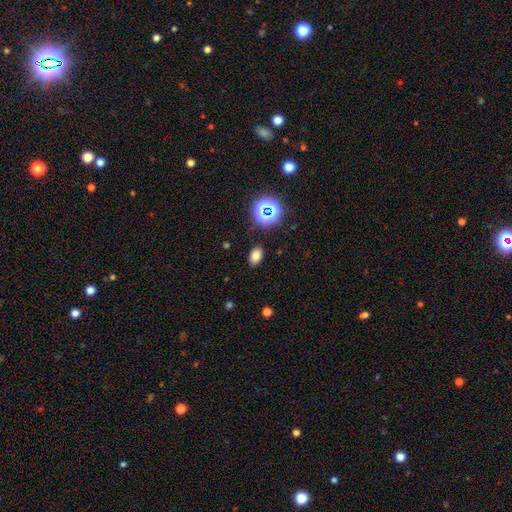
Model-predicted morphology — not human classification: This is likely a smooth galaxy (75%). How rounded: clearly in between (84%). Merging: clearly none (87%).